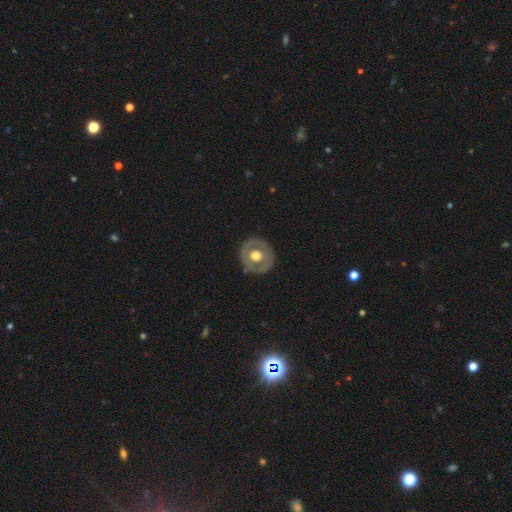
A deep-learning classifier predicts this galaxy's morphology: This is possibly a featured or disk galaxy (54%). It is clearly not viewed edge-on (94%). Bar: clearly no (85%). Spiral arm pattern: clearly no (88%). Central bulge: possibly moderate (59%). Merging: clearly none (85%).